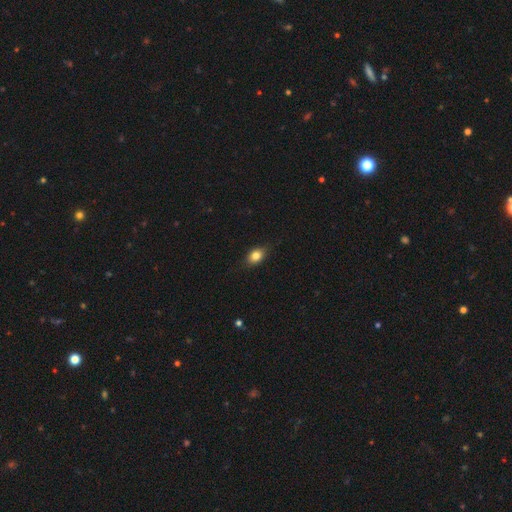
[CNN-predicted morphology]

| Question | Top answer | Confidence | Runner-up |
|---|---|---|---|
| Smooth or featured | smooth | 81% | featured or disk (9%) |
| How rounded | in between | 74% | round (24%) |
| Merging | none | 82% | minor disturbance (14%) |